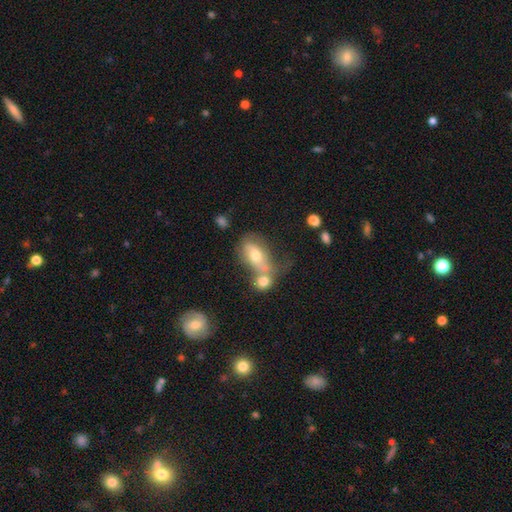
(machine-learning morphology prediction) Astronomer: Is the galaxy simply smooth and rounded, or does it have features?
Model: smooth — 50% (runner-up: featured or disk, 39%).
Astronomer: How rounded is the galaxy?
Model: in between — 81%.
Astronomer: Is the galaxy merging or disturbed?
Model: merger — 48% (runner-up: none, 26%).